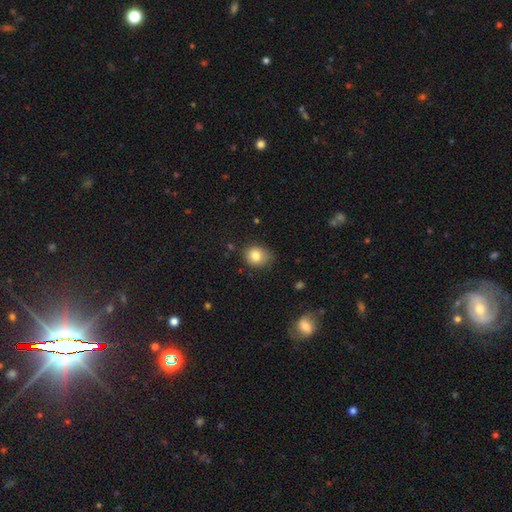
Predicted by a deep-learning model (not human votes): A smooth galaxy with no disk features (81%) that is round (63%).

Vote fractions:
- Smooth or featured? smooth: 81% / star or artifact: 10% / featured or disk: 9%
- How rounded? round: 63% / in between: 37% / cigar-shaped: 1%
- Merging? none: 68% / minor disturbance: 25% / major disturbance: 5% / merger: 2%